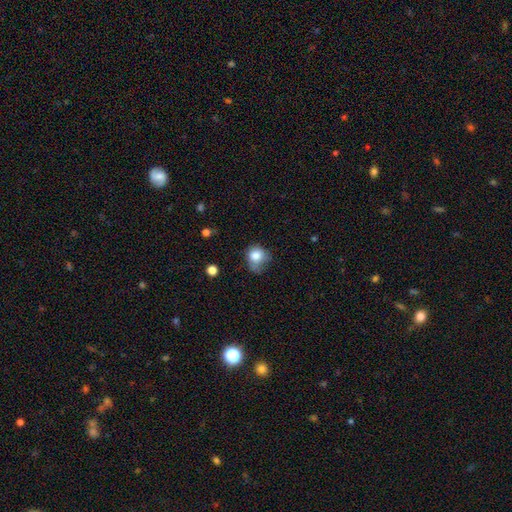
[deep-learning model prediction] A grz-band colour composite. It shows a smooth galaxy with no disk features (78%) that is round (67%). Merging: minor disturbance (38%).